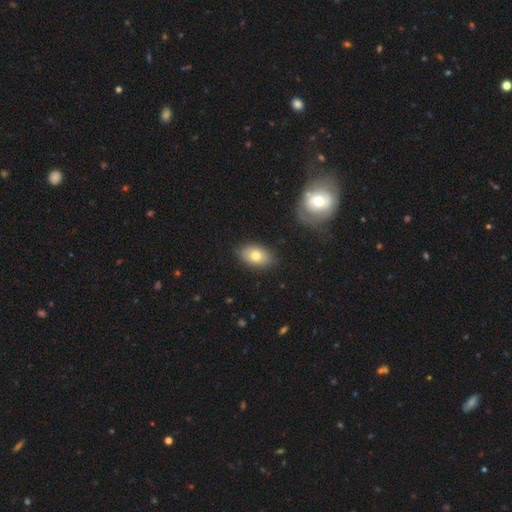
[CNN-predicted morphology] type=smooth (72%); roundness=in between (88%); merging=none (84%).